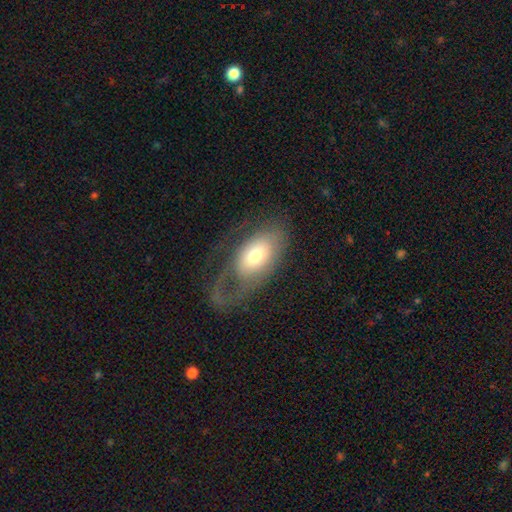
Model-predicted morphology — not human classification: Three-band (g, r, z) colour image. It shows a smooth galaxy with no disk features (53%) that is in between round and cigar-shaped (89%). Merging: major disturbance (44%).